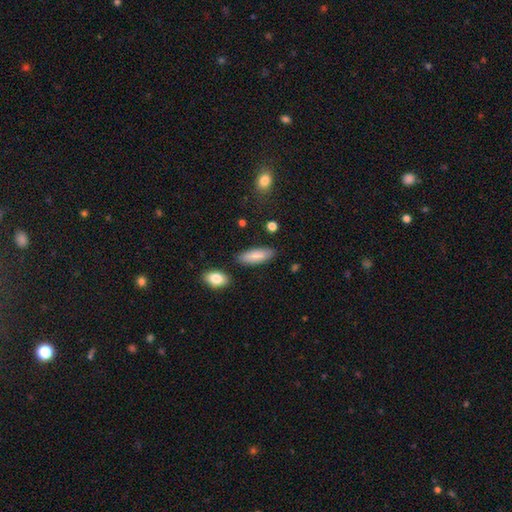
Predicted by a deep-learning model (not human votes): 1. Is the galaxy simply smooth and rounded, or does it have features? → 85% smooth, 9% featured or disk, 6% star or artifact.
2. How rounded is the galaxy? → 70% in between, 28% cigar-shaped, 2% round.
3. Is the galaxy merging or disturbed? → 84% none, 11% minor disturbance, 3% merger, 2% major disturbance.